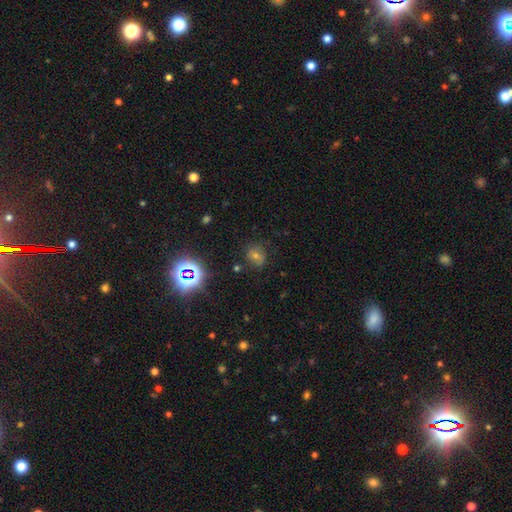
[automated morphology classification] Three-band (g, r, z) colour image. It shows a smooth galaxy with no disk features (53%) that is round (61%). Merging: none (72%).